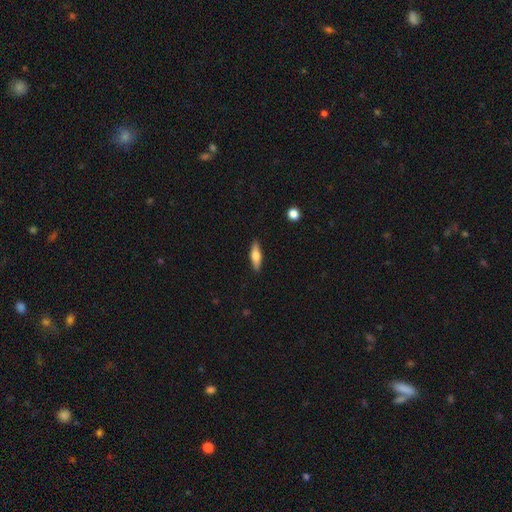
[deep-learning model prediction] This appears to be a smooth galaxy with no disk features (62%) that is cigar-shaped (54%). Merging: none (89%).